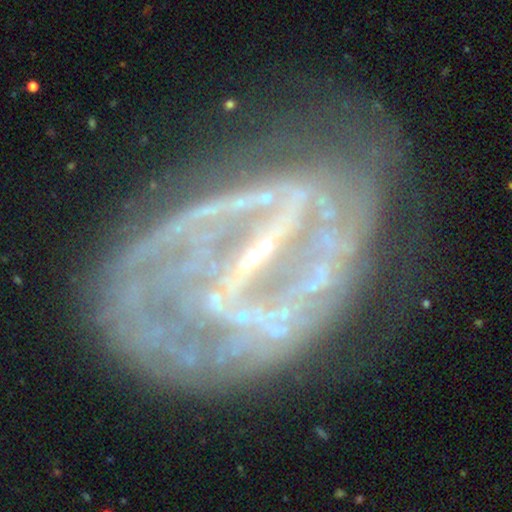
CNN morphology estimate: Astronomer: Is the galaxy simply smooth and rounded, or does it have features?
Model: featured or disk — 80%.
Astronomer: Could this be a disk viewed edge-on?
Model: no — 95%.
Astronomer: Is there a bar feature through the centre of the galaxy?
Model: strong — 62%.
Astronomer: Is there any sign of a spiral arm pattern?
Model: yes — 69%.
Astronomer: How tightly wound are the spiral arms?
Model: tight — 47% (runner-up: medium, 34%).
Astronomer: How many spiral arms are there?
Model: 2 — 38%, tied with can't tell at 38%.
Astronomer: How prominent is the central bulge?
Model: small — 47% (runner-up: none, 38%).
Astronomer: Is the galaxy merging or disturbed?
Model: none — 54%.